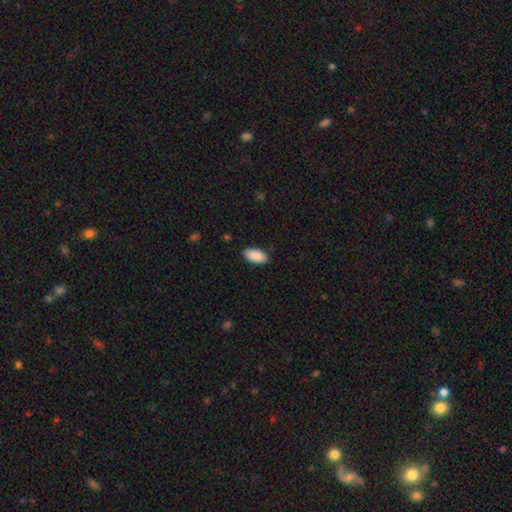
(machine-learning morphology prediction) smooth_or_featured: smooth (p=0.90) [alt: star or artifact p=0.06]
how_rounded: in between (p=0.95) [alt: cigar-shaped p=0.03]
merging: none (p=0.87) [alt: minor disturbance p=0.10]